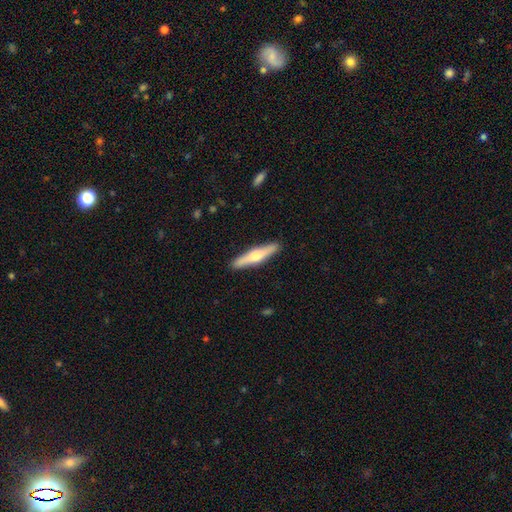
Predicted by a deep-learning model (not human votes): This is possibly a featured or disk galaxy (53%). It is clearly viewed edge-on (95%). Edge-on bulge: clearly rounded (91%). Merging: clearly none (91%).